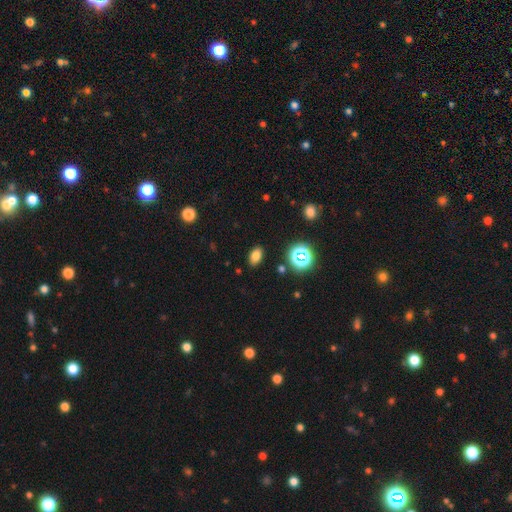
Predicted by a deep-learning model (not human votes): smooth_or_featured: smooth (p=0.75) [alt: star or artifact p=0.18]
how_rounded: in between (p=0.85) [alt: round p=0.13]
merging: none (p=0.88) [alt: minor disturbance p=0.08]